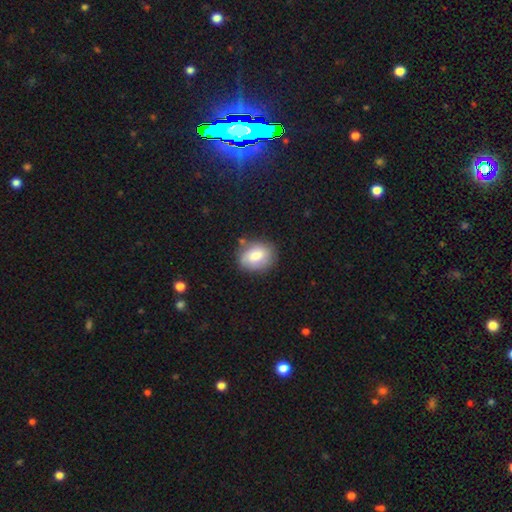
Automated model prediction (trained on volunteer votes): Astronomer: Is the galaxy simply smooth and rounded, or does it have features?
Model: smooth — 72%.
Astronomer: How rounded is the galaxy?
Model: in between — 56% (runner-up: round, 43%).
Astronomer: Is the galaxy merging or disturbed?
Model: none — 76%.